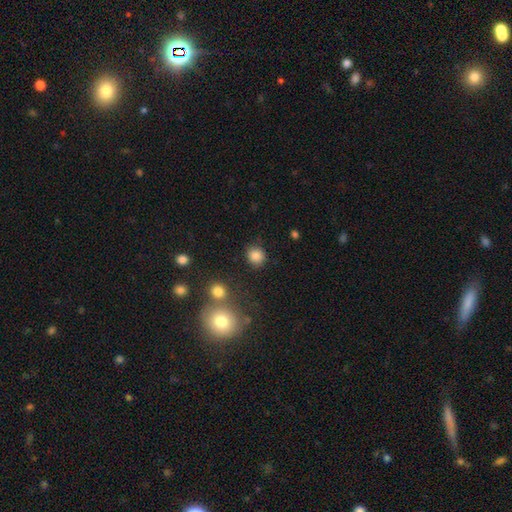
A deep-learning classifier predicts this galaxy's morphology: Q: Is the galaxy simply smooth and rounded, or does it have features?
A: smooth — 85%.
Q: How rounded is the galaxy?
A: round — 84%.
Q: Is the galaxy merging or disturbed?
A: none — 83%.